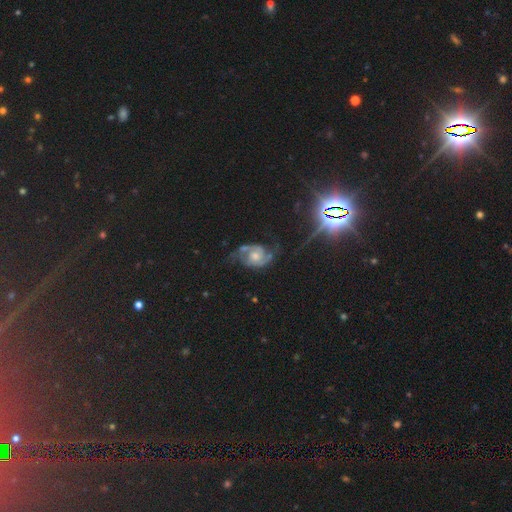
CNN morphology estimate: Overall: featured or disk (82%). Edge-on disk: no (97%). Bar: no (68%). Spiral arms: yes (95%). Spiral arm count: 2 (86%). Spiral winding: medium (51%; tight 28%). Bulge size: moderate (56%; small 29%). Merging: none (59%; minor disturbance 22%).